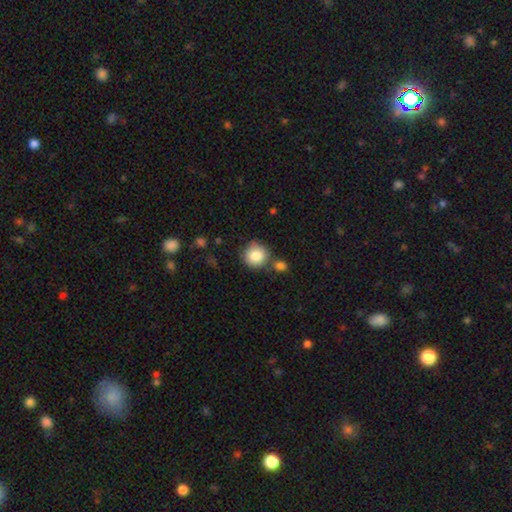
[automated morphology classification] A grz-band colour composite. It shows a smooth galaxy with no disk features (85%) that is round (93%). Merging: none (73%).